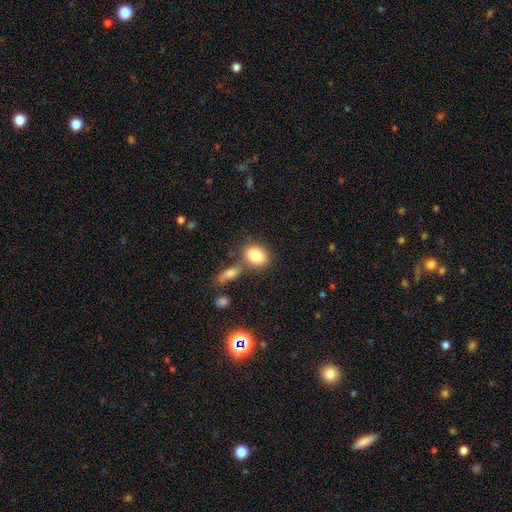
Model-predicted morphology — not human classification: smooth 83%, featured or disk 9%, star or artifact 7%. Down the decision tree: how rounded — in between (65%); merging — none (63%).